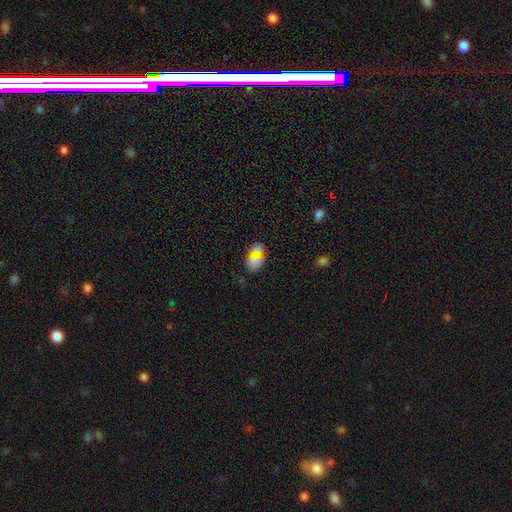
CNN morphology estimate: A smooth galaxy with no disk features (65%) that is in between round and cigar-shaped (72%).

Vote fractions:
- Smooth or featured? smooth: 65% / star or artifact: 26% / featured or disk: 9%
- How rounded? in between: 72% / round: 26% / cigar-shaped: 3%
- Merging? none: 77% / minor disturbance: 13% / merger: 6% / major disturbance: 5%